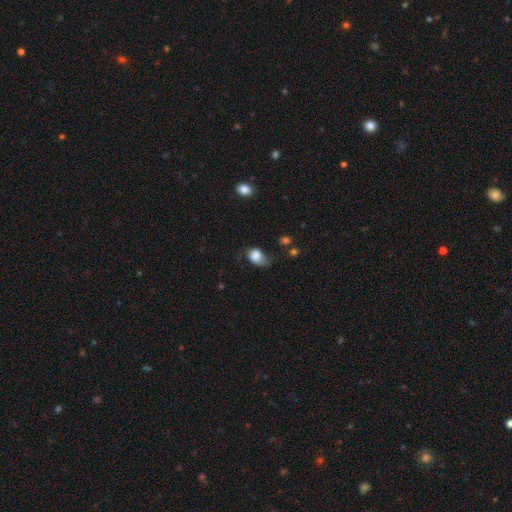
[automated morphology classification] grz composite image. It shows a smooth galaxy with no disk features (77%) that is in between round and cigar-shaped (64%). Merging: minor disturbance (38%).